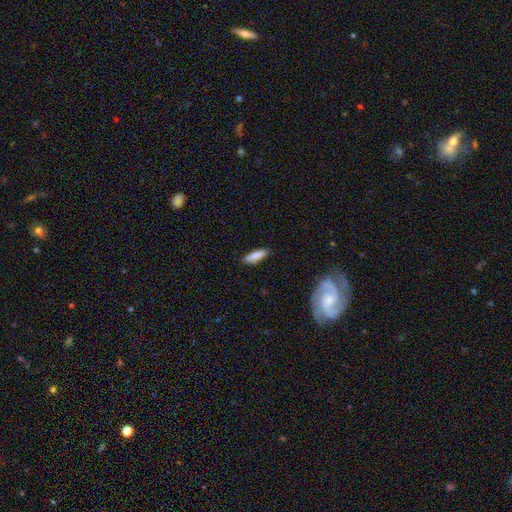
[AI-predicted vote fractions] Overall: smooth (83%). How rounded: cigar-shaped (63%; in between 36%). Merging: none (87%).